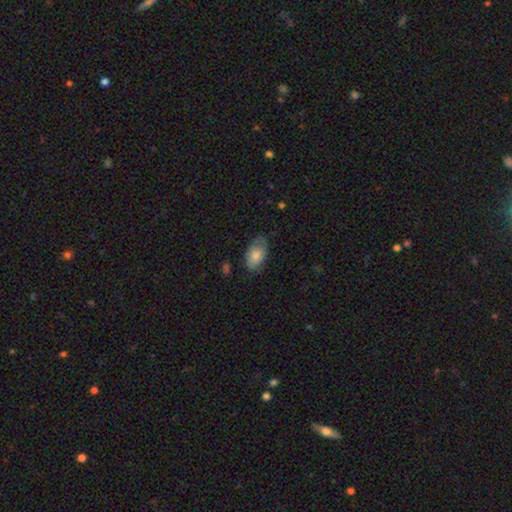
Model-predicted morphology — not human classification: Smooth or featured?
  - smooth: 77% *
  - featured or disk: 17%
  - star or artifact: 7%
How rounded?
  - in between: 93% *
  - round: 6%
  - cigar-shaped: 2%
Merging?
  - none: 66% *
  - minor disturbance: 26%
  - major disturbance: 6%
  - merger: 1%